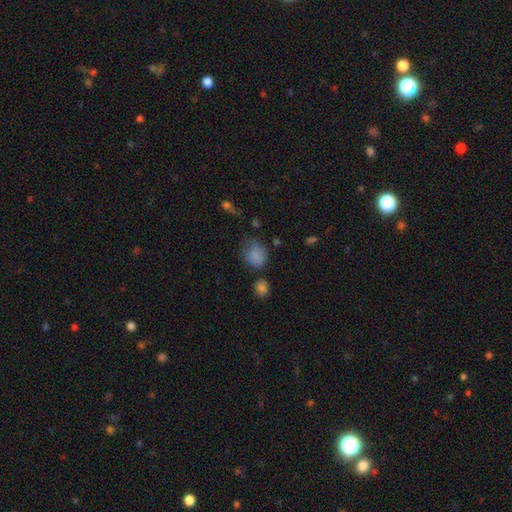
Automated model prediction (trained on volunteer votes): The model was most divided on "how rounded": in between: 55%, round: 43%, cigar-shaped: 1%. Remaining: smooth or featured — smooth (81%); merging — none (47%).